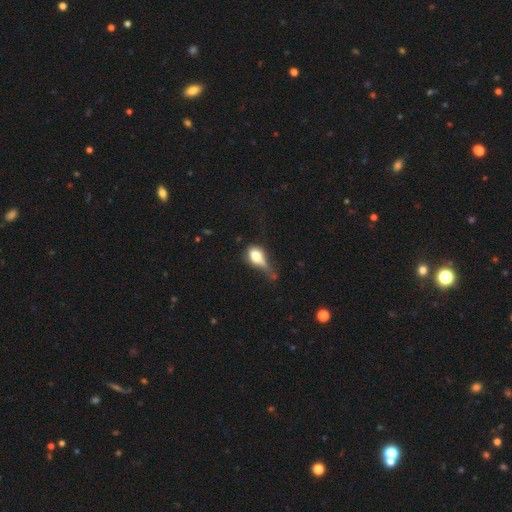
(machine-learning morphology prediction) Smooth or featured: smooth — 65% (featured or disk — 24%)
How rounded: in between — 70% (round — 21%)
Merging: major disturbance — 37% (minor disturbance — 30%)